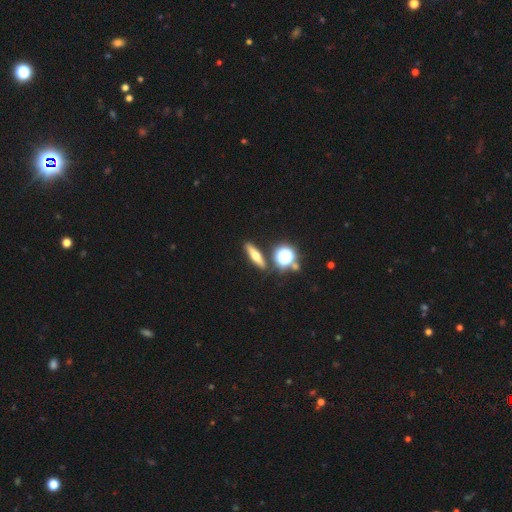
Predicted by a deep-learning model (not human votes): Smooth or featured? Predicted: smooth (p=0.46). Merging? Predicted: none (p=0.86).